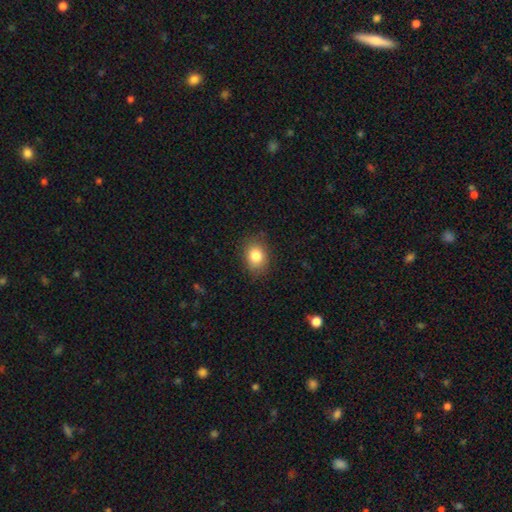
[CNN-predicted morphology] smooth 83%, star or artifact 9%, featured or disk 7%. Down the decision tree: how rounded — in between (64%); merging — none (82%).